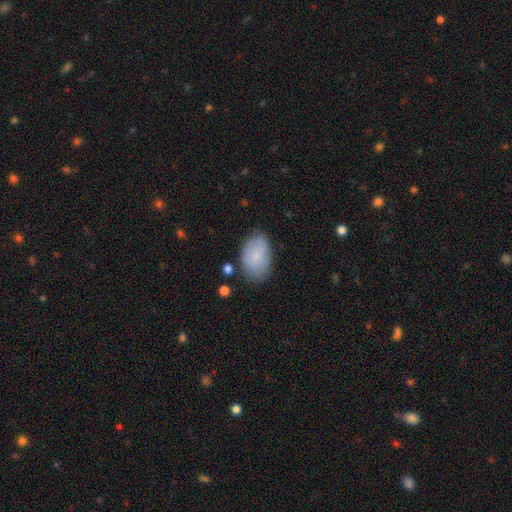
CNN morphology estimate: Smooth or featured: smooth — 78% (featured or disk — 15%)
How rounded: in between — 92% (round — 7%)
Merging: none — 77% (minor disturbance — 17%)